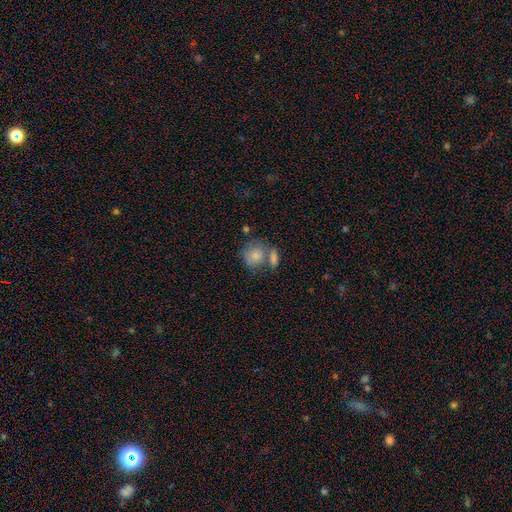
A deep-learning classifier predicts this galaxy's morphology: type=smooth (80%); roundness=round (72%); merging=none (42%).